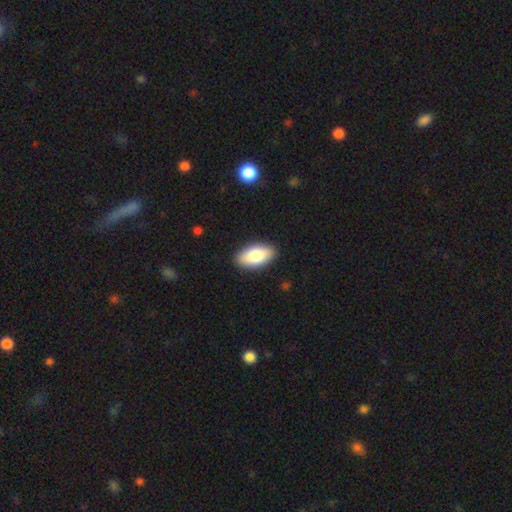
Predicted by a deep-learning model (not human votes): Smooth or featured? smooth (80%)
How rounded? in between (93%)
Merging? none (90%)